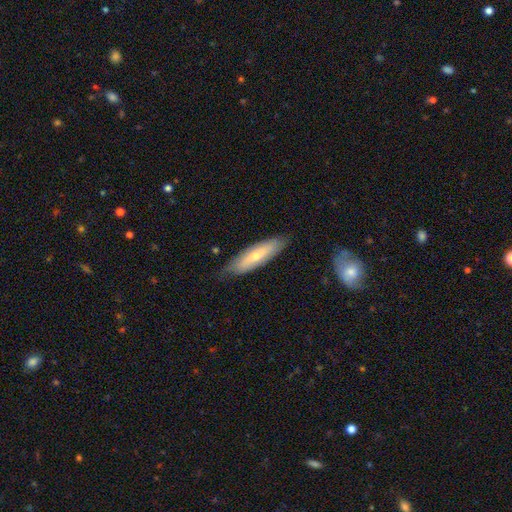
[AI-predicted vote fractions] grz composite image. It shows a smooth galaxy with no disk features (57%) that is cigar-shaped (62%). Merging: none (77%).